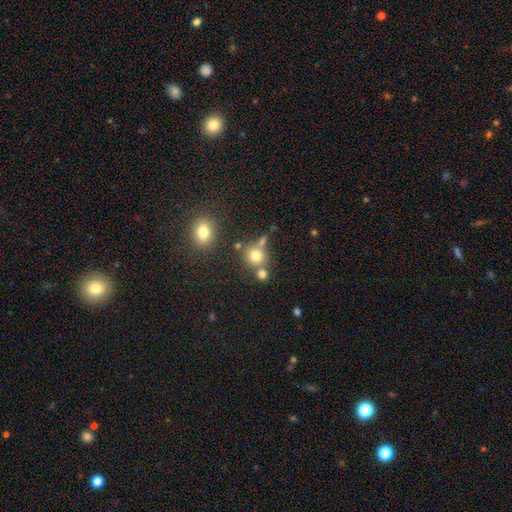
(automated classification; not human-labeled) Morphology: type=smooth (75%); roundness=round (83%); merging=none (59%).